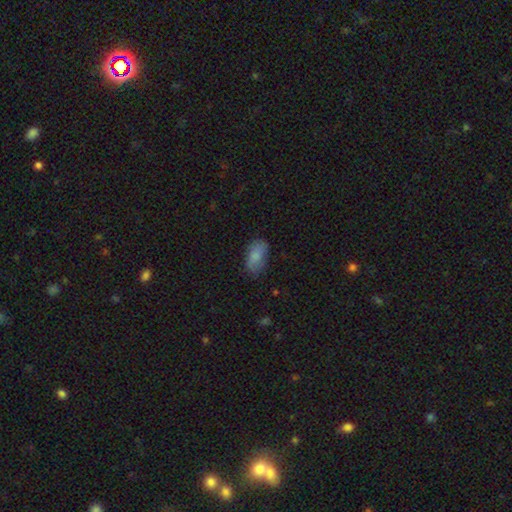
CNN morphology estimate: Overall: smooth (81%). How rounded: in between (93%). Merging: none (73%).